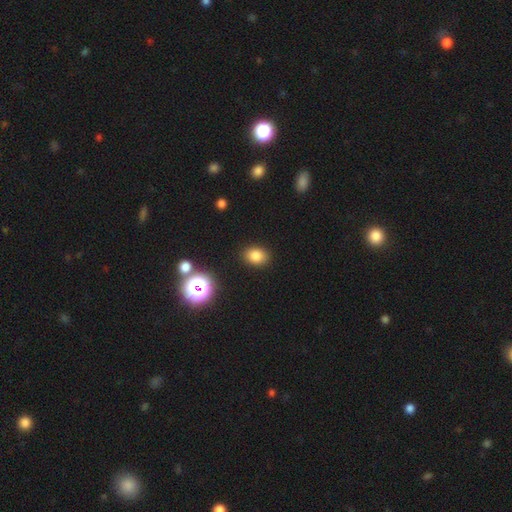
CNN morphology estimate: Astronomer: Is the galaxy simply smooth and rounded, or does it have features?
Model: smooth — 81%.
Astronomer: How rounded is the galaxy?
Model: in between — 63%.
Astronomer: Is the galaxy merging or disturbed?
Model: none — 88%.